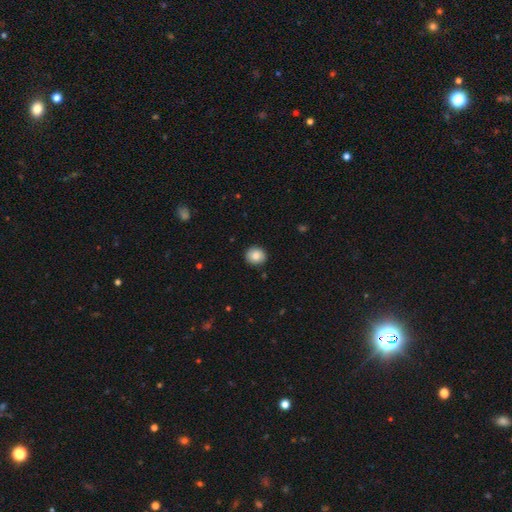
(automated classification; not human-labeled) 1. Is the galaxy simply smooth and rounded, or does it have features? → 85% smooth, 8% star or artifact, 7% featured or disk.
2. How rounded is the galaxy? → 82% round, 17% in between, 1% cigar-shaped.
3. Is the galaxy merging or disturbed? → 90% none, 7% minor disturbance, 2% major disturbance, 1% merger.